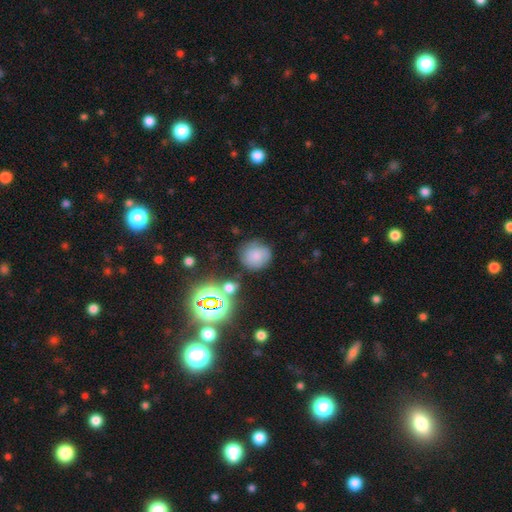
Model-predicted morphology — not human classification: Smooth or featured: smooth — 66% (featured or disk — 17%)
How rounded: round — 84% (in between — 15%)
Merging: none — 71% (minor disturbance — 17%)